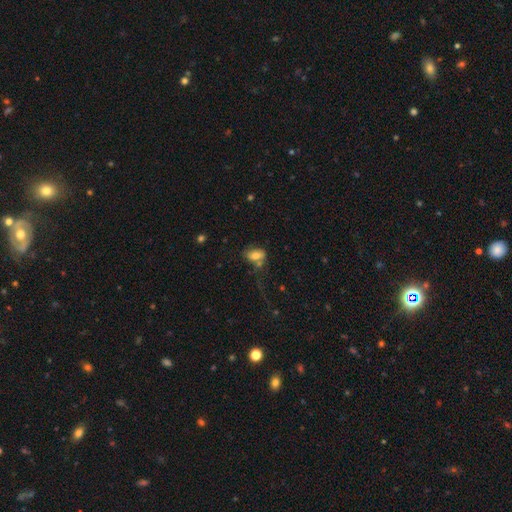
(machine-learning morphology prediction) Smooth or featured? Predicted: smooth (p=0.72). How rounded? Predicted: in between (p=0.84). Merging? Predicted: none (p=0.48).